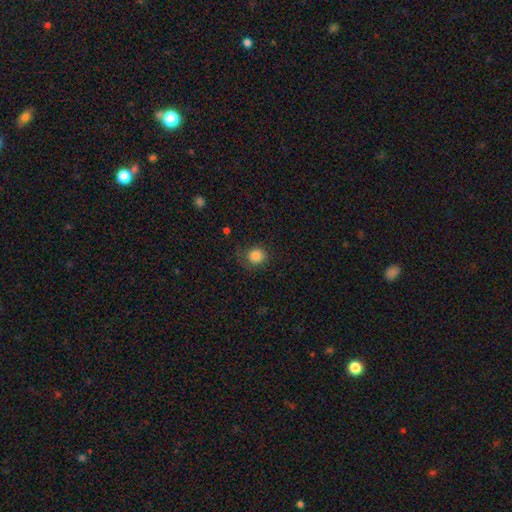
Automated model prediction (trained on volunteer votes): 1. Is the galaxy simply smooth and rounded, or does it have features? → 84% smooth, 10% star or artifact, 6% featured or disk.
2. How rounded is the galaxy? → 85% round, 14% in between, 1% cigar-shaped.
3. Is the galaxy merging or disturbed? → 71% none, 19% minor disturbance, 9% major disturbance, 1% merger.